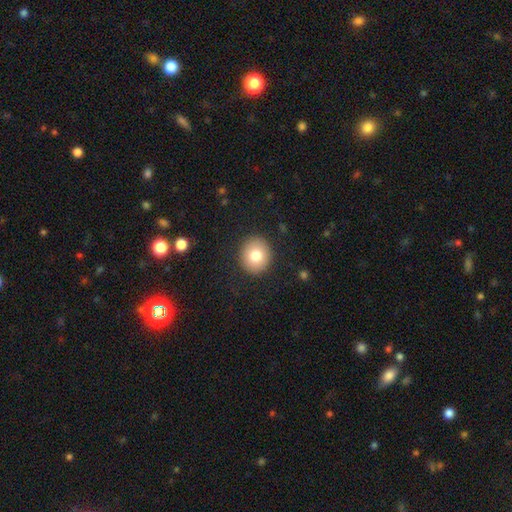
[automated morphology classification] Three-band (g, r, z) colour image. It shows a smooth galaxy with no disk features (78%) that is round (81%). Merging: none (90%).